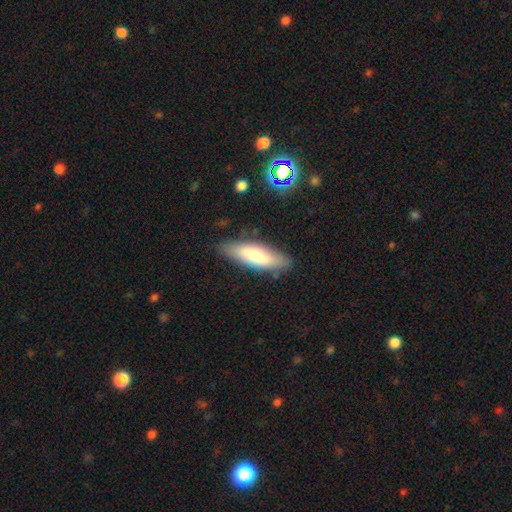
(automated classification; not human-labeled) smooth-or-featured: smooth: 71% | featured or disk: 22% | star or artifact: 6%
  how-rounded: in between: 52% | cigar-shaped: 46% | round: 2%
  merging: none: 81% | minor disturbance: 14% | major disturbance: 3% | merger: 2%